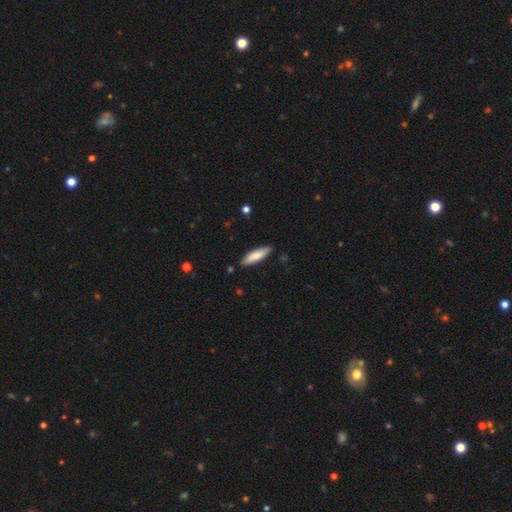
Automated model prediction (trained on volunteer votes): Q: Smooth or featured?
A: smooth (80%); runner-up: featured or disk (14%)
Q: How rounded?
A: cigar-shaped (54%); runner-up: in between (44%)
Q: Merging?
A: none (86%); runner-up: minor disturbance (10%)